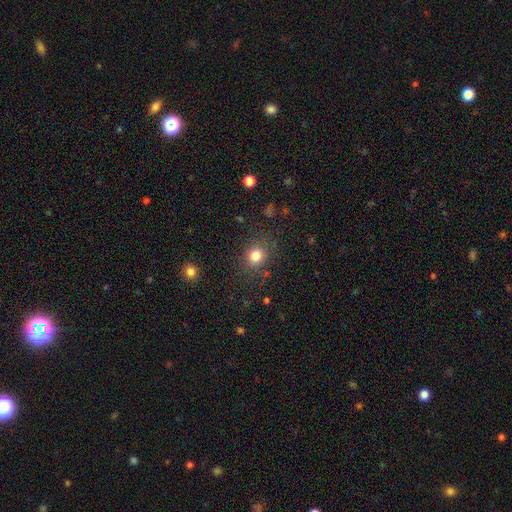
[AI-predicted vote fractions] Smooth or featured: smooth — 81% (star or artifact — 13%)
How rounded: round — 79% (in between — 20%)
Merging: none — 84% (minor disturbance — 10%)